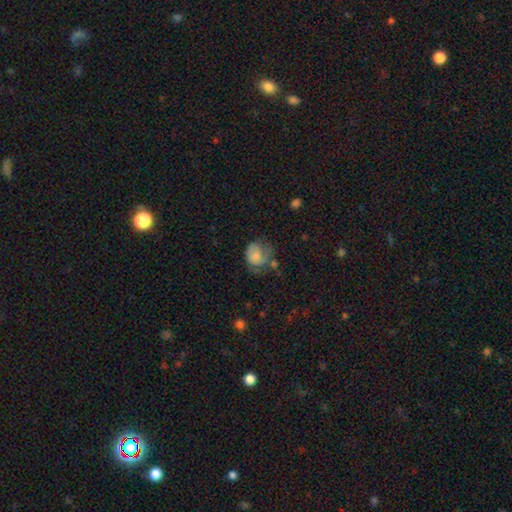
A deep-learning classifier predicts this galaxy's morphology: smooth-or-featured: smooth: 67% | featured or disk: 25% | star or artifact: 9%
  how-rounded: round: 62% | in between: 37% | cigar-shaped: 1%
  merging: none: 32% | minor disturbance: 31% | major disturbance: 31% | merger: 5%